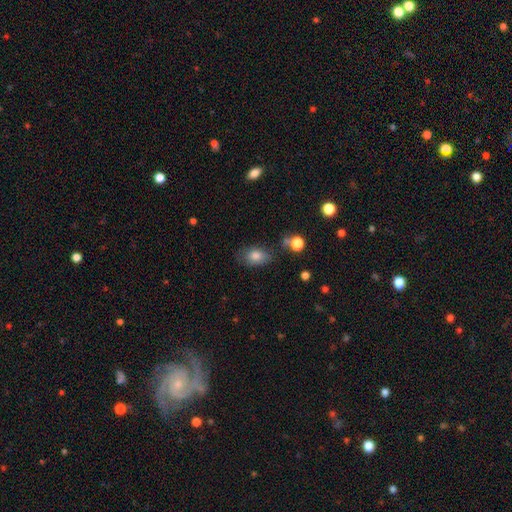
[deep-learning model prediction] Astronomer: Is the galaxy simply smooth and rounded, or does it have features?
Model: smooth — 80%.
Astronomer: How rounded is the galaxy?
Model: in between — 83%.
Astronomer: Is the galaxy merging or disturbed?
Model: none — 65%.